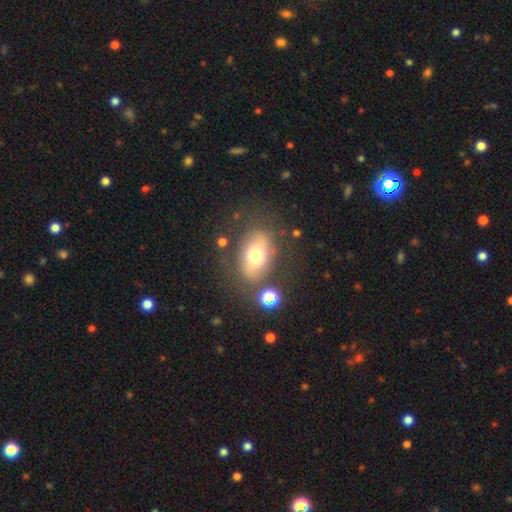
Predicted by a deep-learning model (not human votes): smooth_or_featured: smooth (p=0.61) [alt: featured or disk p=0.28]
how_rounded: in between (p=0.80) [alt: round p=0.18]
merging: none (p=0.70) [alt: minor disturbance p=0.15]